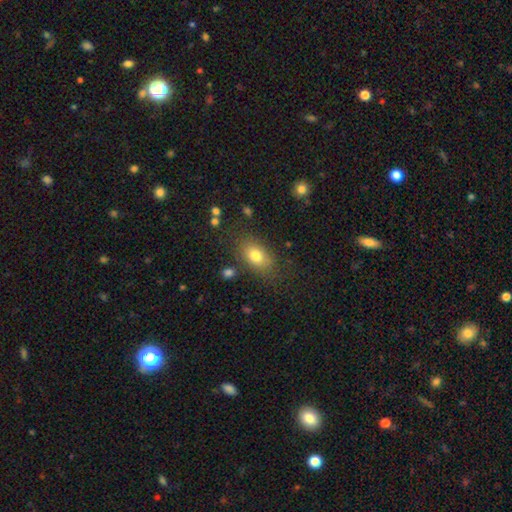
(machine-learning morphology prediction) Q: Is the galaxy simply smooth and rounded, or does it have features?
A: smooth — 78%.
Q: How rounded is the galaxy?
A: in between — 84%.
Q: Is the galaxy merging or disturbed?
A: none — 76%.